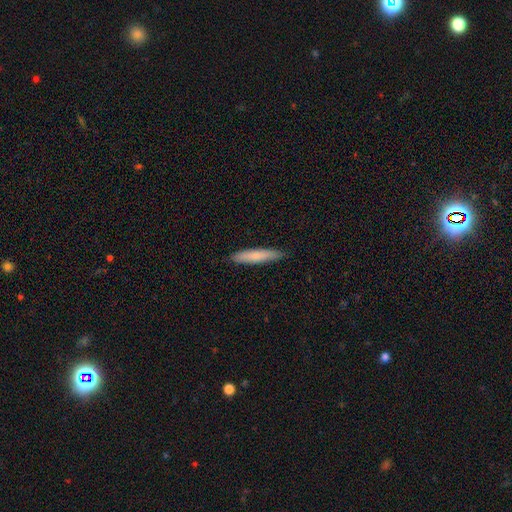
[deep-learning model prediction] The model was most divided on "smooth or featured": smooth: 75%, featured or disk: 20%, star or artifact: 6%. More confident: how rounded — cigar-shaped (90%); merging — none (88%).